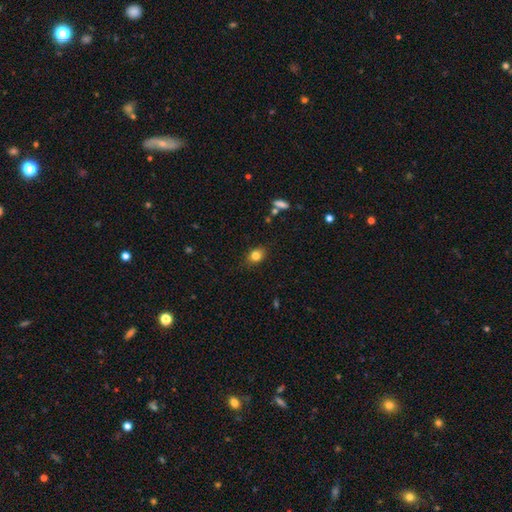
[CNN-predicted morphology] Smooth or featured? smooth (82%)
How rounded? in between (57%)
Merging? none (82%)